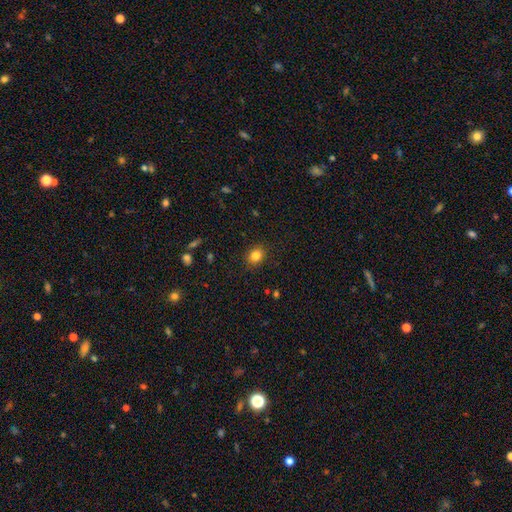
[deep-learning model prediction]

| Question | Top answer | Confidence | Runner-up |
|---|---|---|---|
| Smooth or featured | smooth | 84% | star or artifact (11%) |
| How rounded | round | 54% | in between (45%) |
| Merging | none | 88% | minor disturbance (9%) |